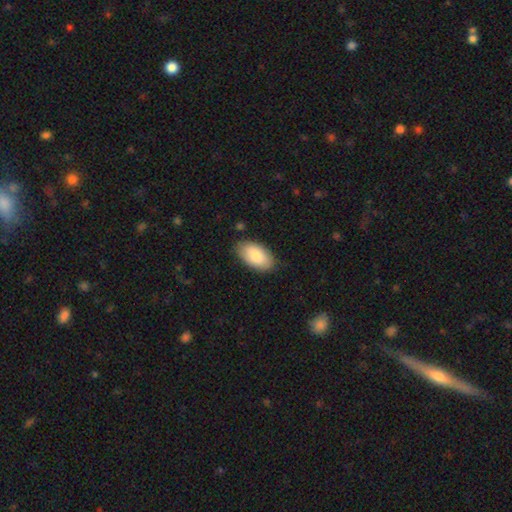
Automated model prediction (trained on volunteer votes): smooth 85%, featured or disk 9%, star or artifact 6%. Down the decision tree: how rounded — in between (96%); merging — none (84%).